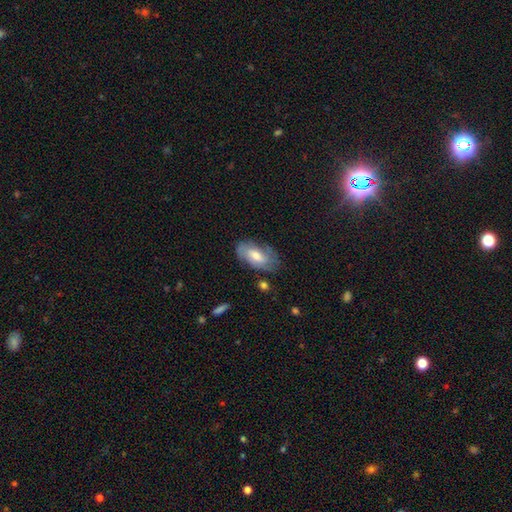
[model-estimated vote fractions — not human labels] Morphology: type=smooth (52%); roundness=in between (92%); merging=none (70%).